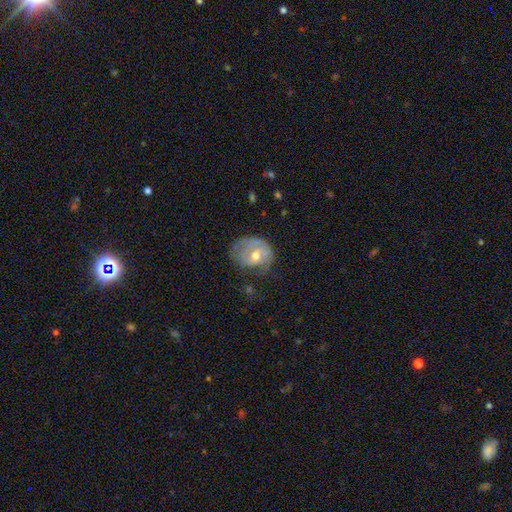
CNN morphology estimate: This appears to be a featured or disk galaxy (54%) with no bar (65%), spiral arms (61%) and a moderate central bulge (71%). Merging: none (41%).